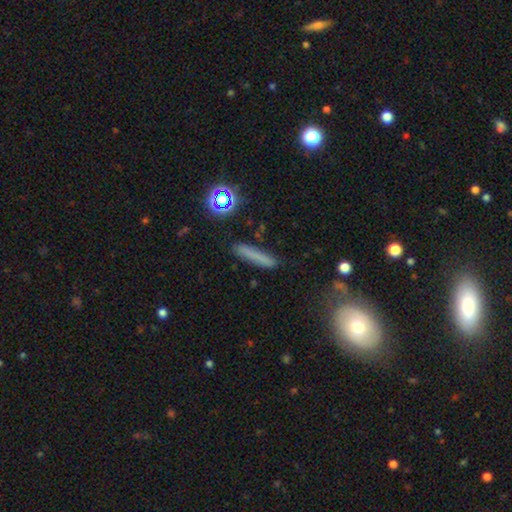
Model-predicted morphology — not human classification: Q: Smooth or featured?
A: smooth (70%); runner-up: featured or disk (18%)
Q: How rounded?
A: cigar-shaped (91%); runner-up: in between (6%)
Q: Merging?
A: none (84%); runner-up: minor disturbance (11%)